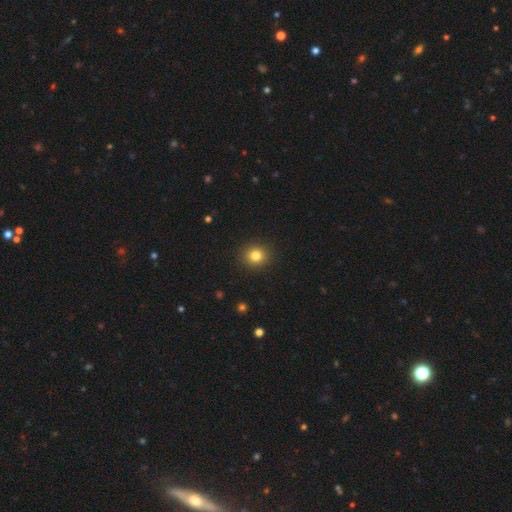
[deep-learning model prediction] Smooth or featured?
  - smooth: 82% *
  - star or artifact: 12%
  - featured or disk: 6%
How rounded?
  - round: 85% *
  - in between: 14%
  - cigar-shaped: 1%
Merging?
  - none: 91% *
  - minor disturbance: 6%
  - major disturbance: 2%
  - merger: 1%